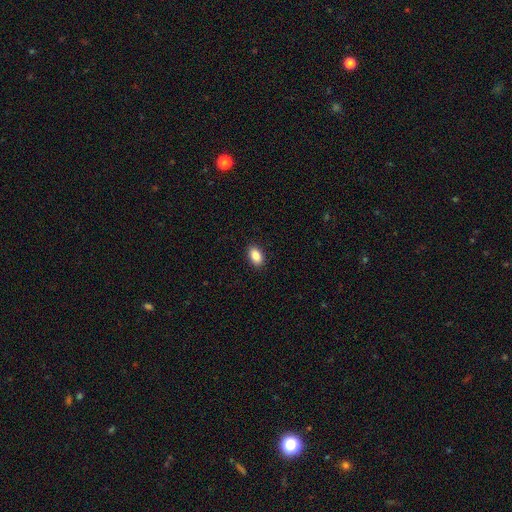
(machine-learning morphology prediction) Overall: smooth (88%). How rounded: in between (92%). Merging: none (90%).